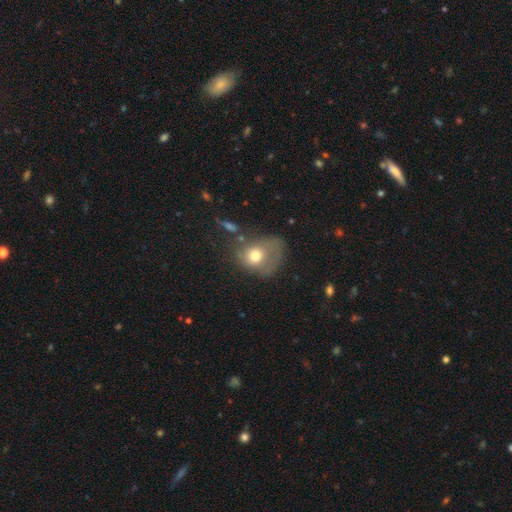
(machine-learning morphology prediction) Overall: smooth (64%; featured or disk 26%). How rounded: round (53%; in between 46%). Merging: major disturbance (38%; none 26%).